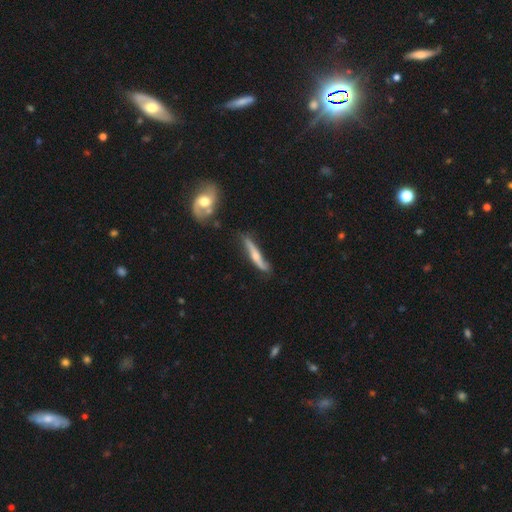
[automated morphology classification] Q: Smooth or featured?
A: featured or disk (58%); runner-up: smooth (36%)
Q: Edge-on disk?
A: yes (76%); runner-up: no (24%)
Q: Merging?
A: none (66%); runner-up: minor disturbance (25%)